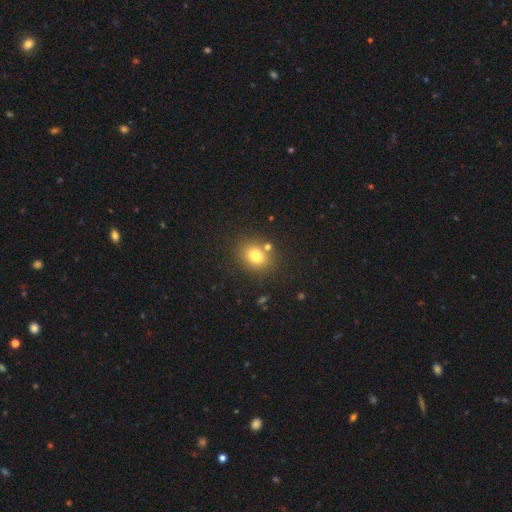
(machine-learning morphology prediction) Smooth or featured?
  - smooth: 77% *
  - star or artifact: 13%
  - featured or disk: 10%
How rounded?
  - round: 55% *
  - in between: 44%
  - cigar-shaped: 1%
Merging?
  - none: 77% *
  - minor disturbance: 10%
  - merger: 10%
  - major disturbance: 3%